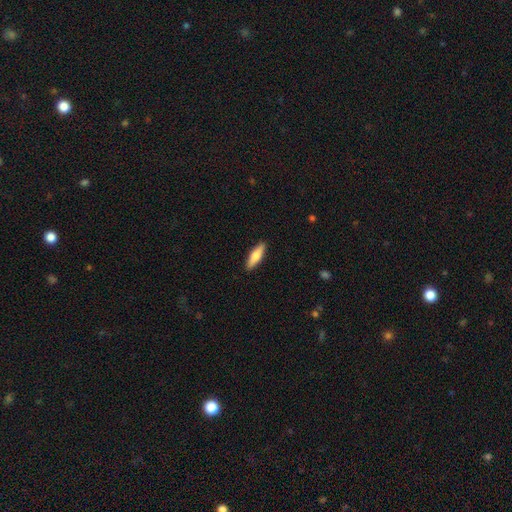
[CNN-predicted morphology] Smooth or featured: smooth — 64% (featured or disk — 31%)
How rounded: cigar-shaped — 58% (in between — 40%)
Merging: none — 90% (minor disturbance — 7%)